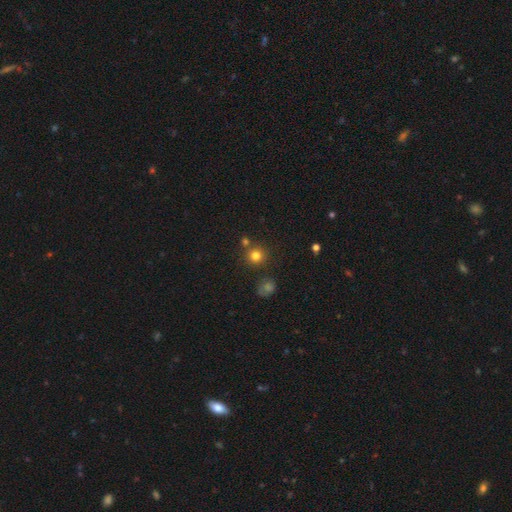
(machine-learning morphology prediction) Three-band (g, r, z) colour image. It shows a smooth galaxy with no disk features (77%) that is round (92%). Merging: none (77%).